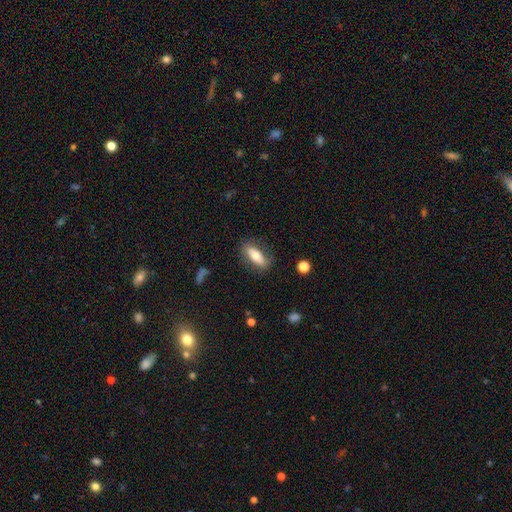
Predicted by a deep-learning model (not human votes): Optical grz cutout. It shows a smooth galaxy with no disk features (68%) that is in between round and cigar-shaped (73%). Merging: none (80%).